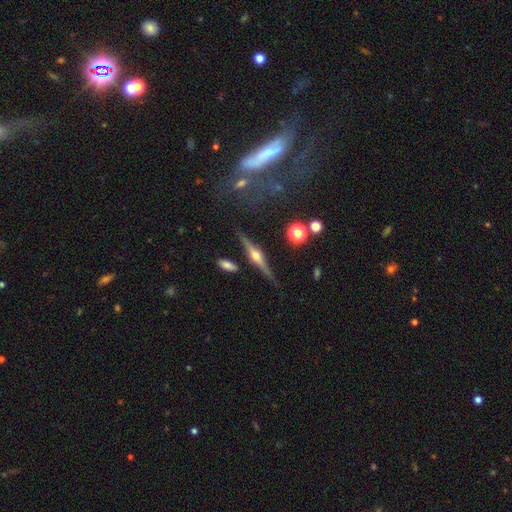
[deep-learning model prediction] smooth_or_featured: featured or disk (p=0.81) [alt: smooth p=0.12]
disk_edge_on: yes (p=0.97) [alt: no p=0.03]
edge_on_bulge: rounded (p=0.93) [alt: boxy p=0.05]
merging: none (p=0.84) [alt: minor disturbance p=0.11]